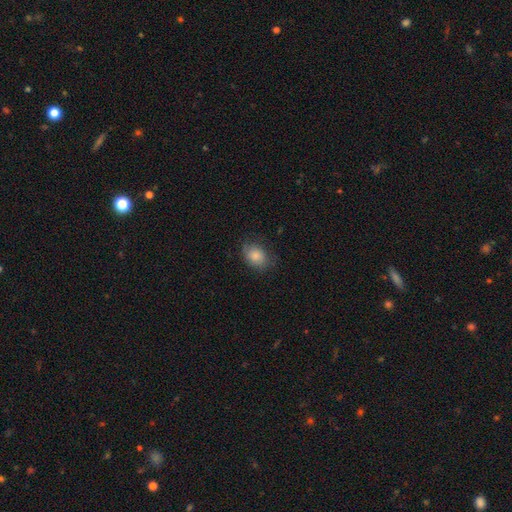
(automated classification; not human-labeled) Q: Smooth or featured?
A: smooth (83%); runner-up: featured or disk (9%)
Q: How rounded?
A: in between (67%); runner-up: round (32%)
Q: Merging?
A: none (71%); runner-up: minor disturbance (21%)